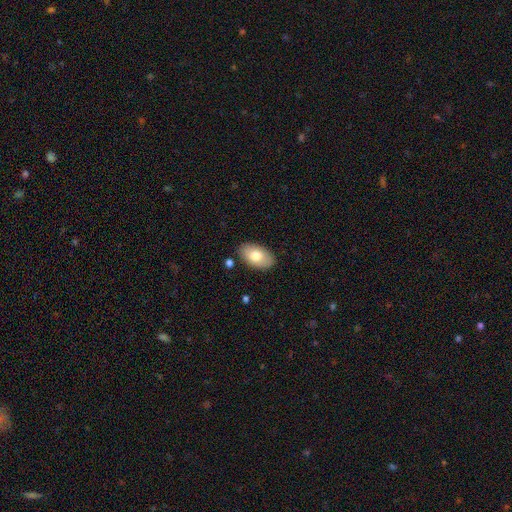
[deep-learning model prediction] Overall: smooth (77%). How rounded: in between (94%). Merging: none (85%).